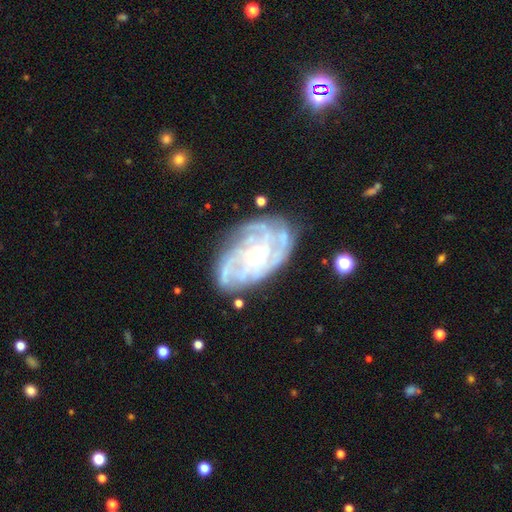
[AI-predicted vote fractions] This appears to be a featured or disk galaxy (85%) with no bar (72%), tight (63%) spiral arms (94%) and a small central bulge (62%). Merging: none (72%).